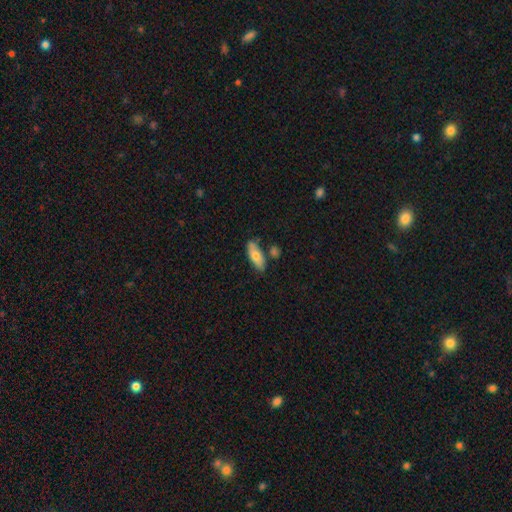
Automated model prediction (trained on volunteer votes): A smooth galaxy with no disk features (71%) that is in between round and cigar-shaped (73%).

Vote fractions:
- Smooth or featured? smooth: 71% / featured or disk: 23% / star or artifact: 6%
- How rounded? in between: 73% / cigar-shaped: 24% / round: 3%
- Merging? none: 73% / minor disturbance: 15% / merger: 9% / major disturbance: 3%